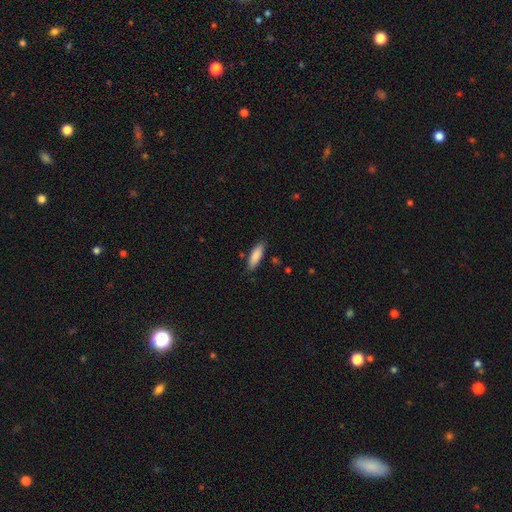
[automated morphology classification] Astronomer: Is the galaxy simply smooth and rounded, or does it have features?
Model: smooth — 87%.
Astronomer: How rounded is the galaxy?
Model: cigar-shaped — 51% (runner-up: in between, 48%).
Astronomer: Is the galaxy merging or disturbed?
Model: none — 85%.